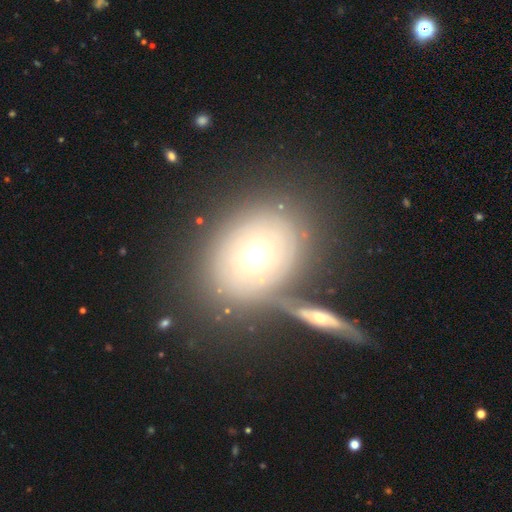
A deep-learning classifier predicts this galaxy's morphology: Overall: smooth (56%; featured or disk 31%). How rounded: in between (52%; round 47%). Merging: none (67%).